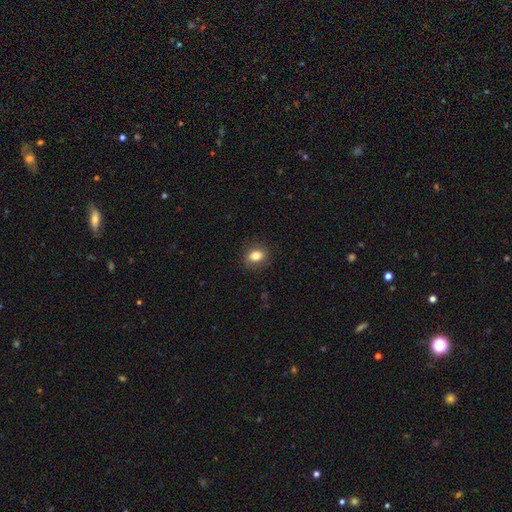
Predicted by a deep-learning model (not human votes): The model was most divided on "how rounded": in between: 53%, round: 45%, cigar-shaped: 1%. More confident: merging — none (88%); smooth or featured — smooth (83%).